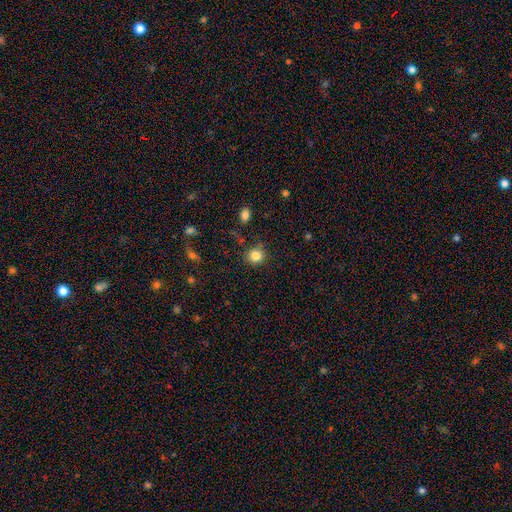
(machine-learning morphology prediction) Smooth or featured? smooth (84%)
How rounded? round (89%)
Merging? none (83%)